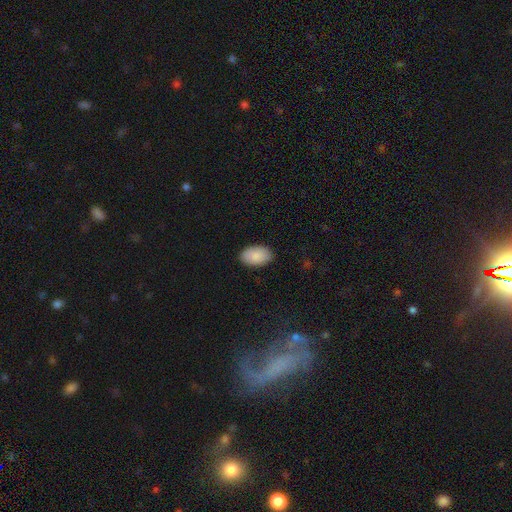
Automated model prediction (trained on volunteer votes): Smooth or featured? smooth (89%)
How rounded? in between (93%)
Merging? none (88%)